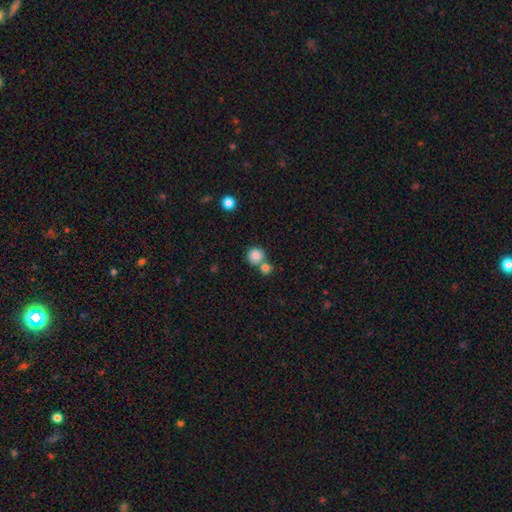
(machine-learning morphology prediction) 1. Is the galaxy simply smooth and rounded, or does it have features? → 83% smooth, 10% star or artifact, 7% featured or disk.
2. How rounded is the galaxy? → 92% round, 7% in between, 1% cigar-shaped.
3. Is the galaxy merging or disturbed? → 58% none, 31% merger, 8% minor disturbance, 3% major disturbance.